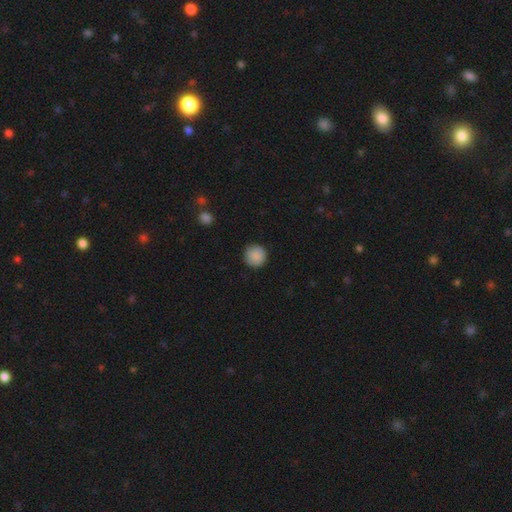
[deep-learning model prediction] smooth-or-featured: smooth: 88% | star or artifact: 8% | featured or disk: 4%
  how-rounded: round: 95% | in between: 4% | cigar-shaped: 1%
  merging: none: 89% | minor disturbance: 8% | major disturbance: 2% | merger: 1%